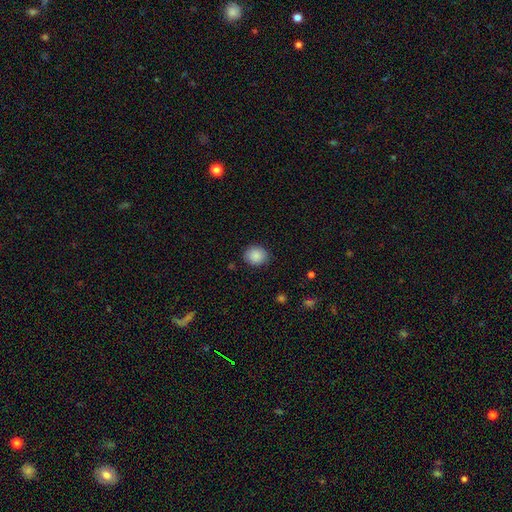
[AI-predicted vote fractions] A smooth galaxy with no disk features (88%) that is round (67%). Merging: none (86%).